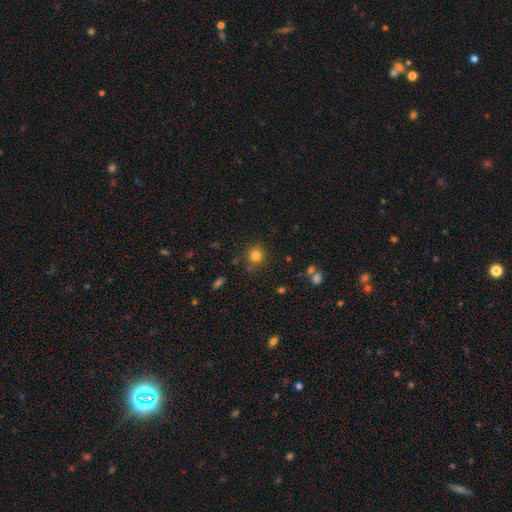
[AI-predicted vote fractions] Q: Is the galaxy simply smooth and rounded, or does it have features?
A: smooth — 81%.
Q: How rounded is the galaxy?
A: round — 88%.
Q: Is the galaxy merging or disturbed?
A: none — 79%.